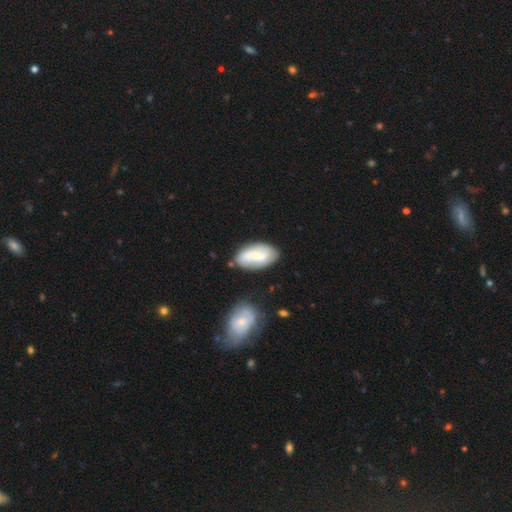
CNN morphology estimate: smooth-or-featured: featured or disk: 48% | smooth: 46% | star or artifact: 6%
  merging: none: 70% | minor disturbance: 16% | merger: 10% | major disturbance: 4%